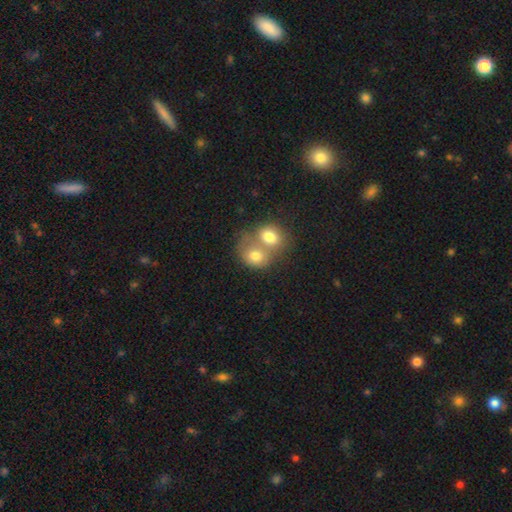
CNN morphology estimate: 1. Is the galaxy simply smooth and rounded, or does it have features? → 74% smooth, 16% featured or disk, 10% star or artifact.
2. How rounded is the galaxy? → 53% round, 46% in between, 1% cigar-shaped.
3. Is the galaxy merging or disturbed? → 71% merger, 19% none, 6% minor disturbance, 4% major disturbance.